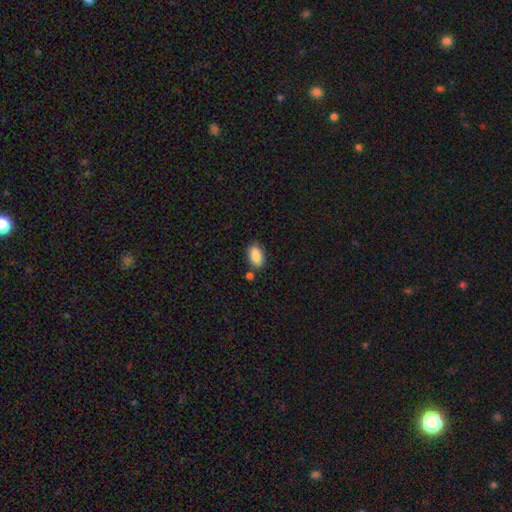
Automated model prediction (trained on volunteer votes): Smooth or featured? smooth (88%)
How rounded? in between (92%)
Merging? none (77%)